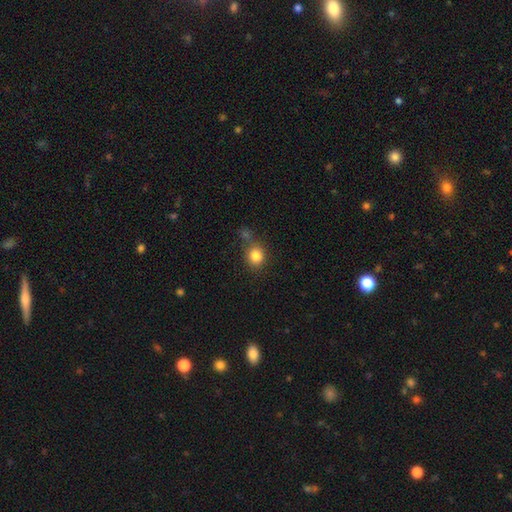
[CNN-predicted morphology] Smooth or featured? Predicted: smooth (p=0.84). How rounded? Predicted: round (p=0.79). Merging? Predicted: none (p=0.67).